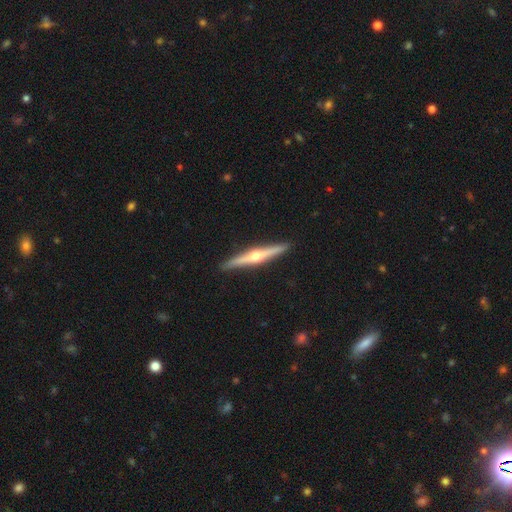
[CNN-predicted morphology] smooth_or_featured: featured or disk (p=0.78) [alt: smooth p=0.17]
disk_edge_on: yes (p=0.98) [alt: no p=0.02]
edge_on_bulge: rounded (p=0.94) [alt: none p=0.04]
merging: none (p=0.93) [alt: minor disturbance p=0.05]